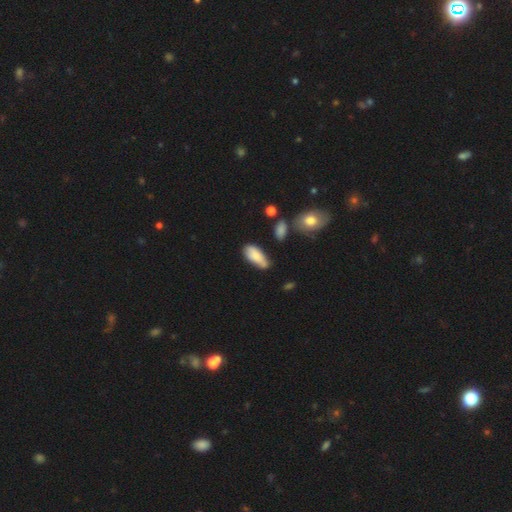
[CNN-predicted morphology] type=smooth (78%); roundness=in between (84%); merging=none (54%).